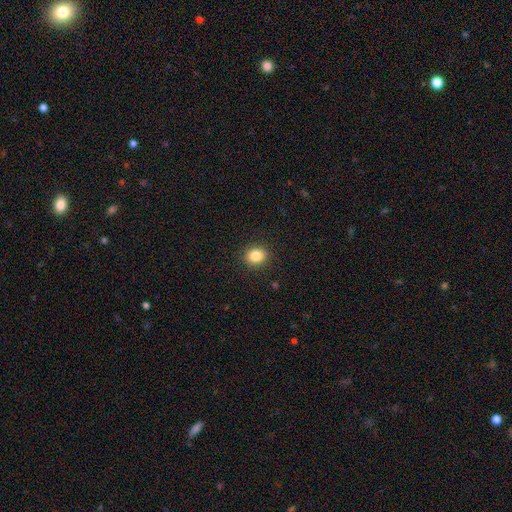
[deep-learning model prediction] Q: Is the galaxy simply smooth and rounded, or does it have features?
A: smooth — 84%.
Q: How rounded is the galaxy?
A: round — 65%.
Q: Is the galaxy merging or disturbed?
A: none — 90%.